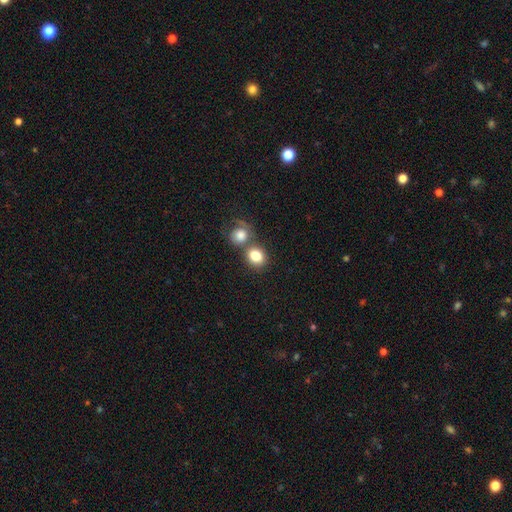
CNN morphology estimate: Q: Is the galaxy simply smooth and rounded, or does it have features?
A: smooth — 81%.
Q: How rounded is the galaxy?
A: round — 68%.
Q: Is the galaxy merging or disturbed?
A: none — 49%.